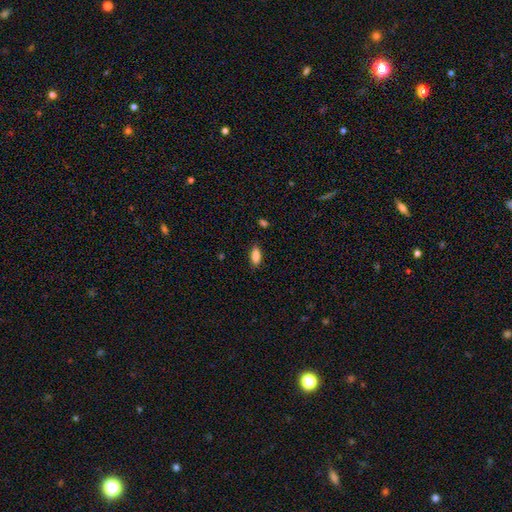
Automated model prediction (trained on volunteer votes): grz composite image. It shows a smooth galaxy with no disk features (86%) that is in between round and cigar-shaped (85%). Merging: none (86%).